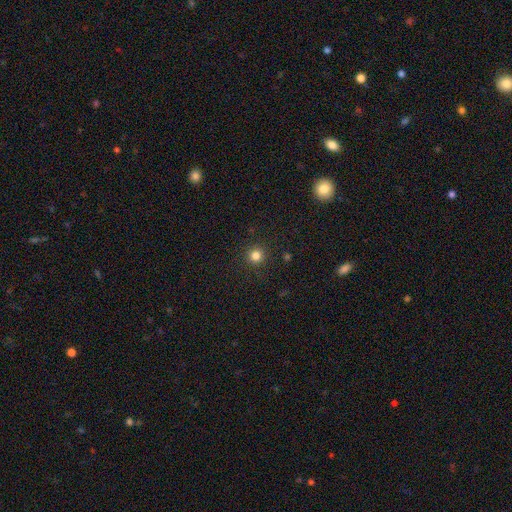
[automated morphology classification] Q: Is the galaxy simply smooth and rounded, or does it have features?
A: smooth — 82%.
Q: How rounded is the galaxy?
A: round — 95%.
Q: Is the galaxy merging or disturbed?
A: none — 92%.